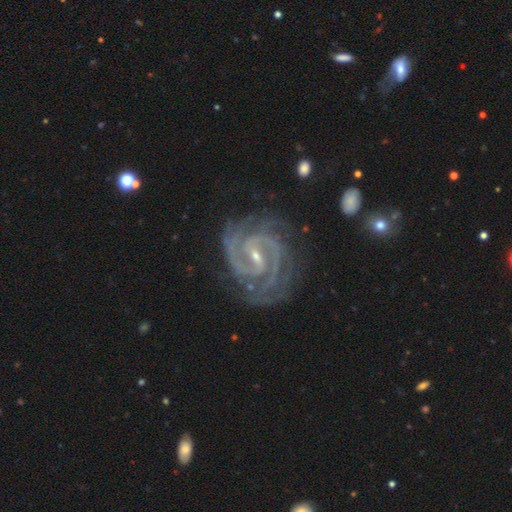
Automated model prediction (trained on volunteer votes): Morphology: type=featured or disk (94%); edge-on=no (98%); bar=weak (43%); spiral arms=yes (99%); winding=tight (64%); arm count=2 (60%); bulge=small (72%); merging=none (74%).